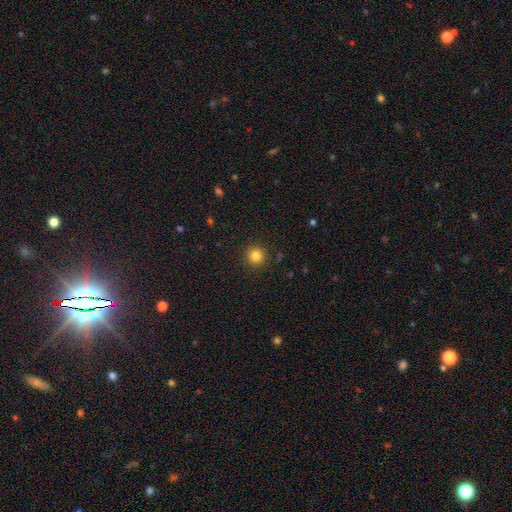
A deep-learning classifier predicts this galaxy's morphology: This appears to be a smooth galaxy with no disk features (83%) that is round (95%). Merging: none (91%).